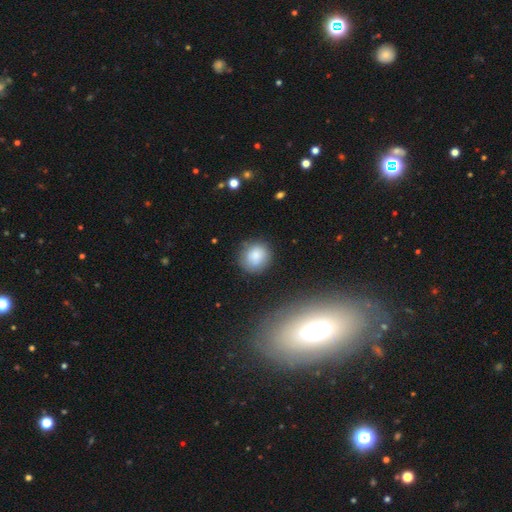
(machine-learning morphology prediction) smooth 83%, star or artifact 9%, featured or disk 8%. Down the decision tree: how rounded — round (82%); merging — none (79%).